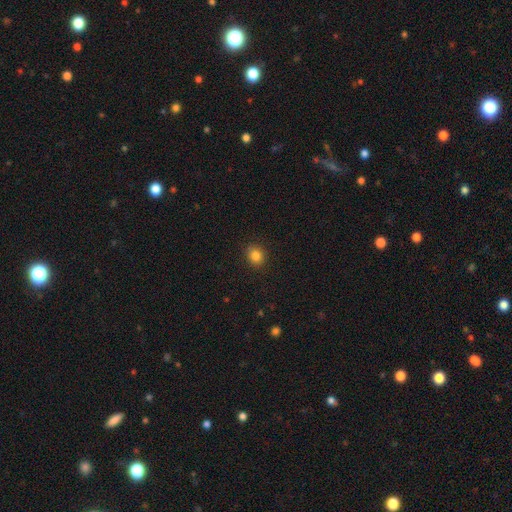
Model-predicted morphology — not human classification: Q: Smooth or featured?
A: smooth (84%); runner-up: star or artifact (11%)
Q: How rounded?
A: round (66%); runner-up: in between (33%)
Q: Merging?
A: none (89%); runner-up: minor disturbance (8%)